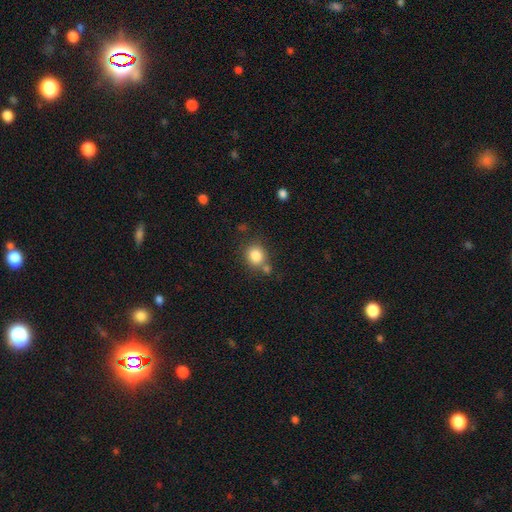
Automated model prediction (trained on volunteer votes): A smooth galaxy with no disk features (83%) that is round (81%).

Vote fractions:
- Smooth or featured? smooth: 83% / star or artifact: 10% / featured or disk: 6%
- How rounded? round: 81% / in between: 18% / cigar-shaped: 1%
- Merging? none: 67% / merger: 17% / minor disturbance: 12% / major disturbance: 4%